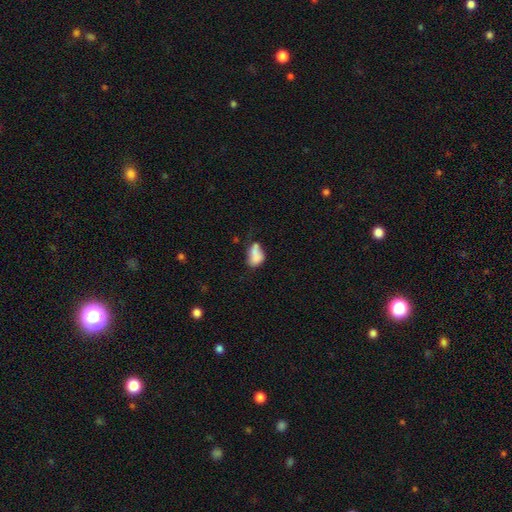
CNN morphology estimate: This appears to be a smooth galaxy with no disk features (71%) that is in between round and cigar-shaped (85%). Merging: minor disturbance (31%).